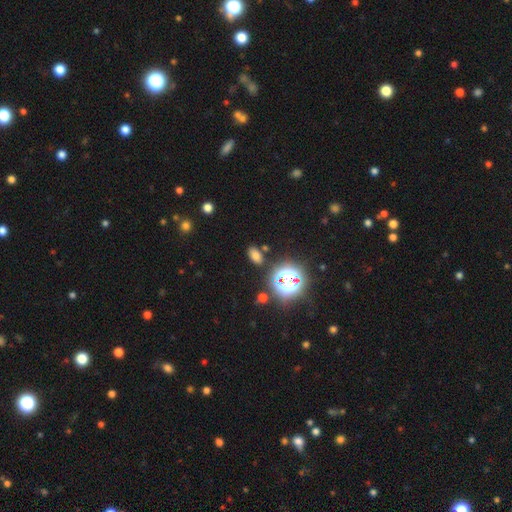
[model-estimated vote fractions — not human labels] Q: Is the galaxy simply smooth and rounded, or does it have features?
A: smooth — 62%.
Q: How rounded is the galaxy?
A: in between — 87%.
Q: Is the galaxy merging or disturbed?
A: none — 84%.